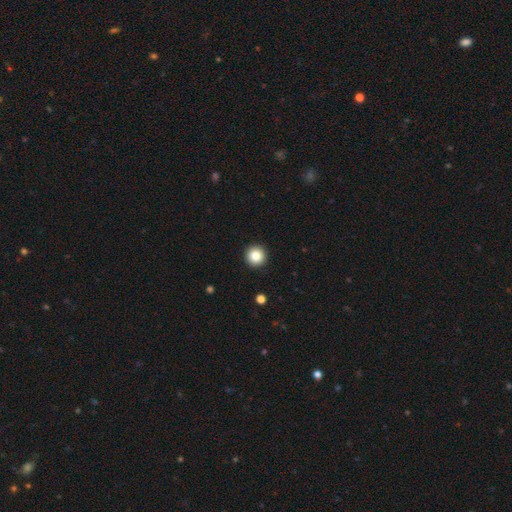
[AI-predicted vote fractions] Q: Smooth or featured?
A: smooth (85%); runner-up: star or artifact (10%)
Q: How rounded?
A: round (96%); runner-up: in between (3%)
Q: Merging?
A: none (94%); runner-up: minor disturbance (4%)